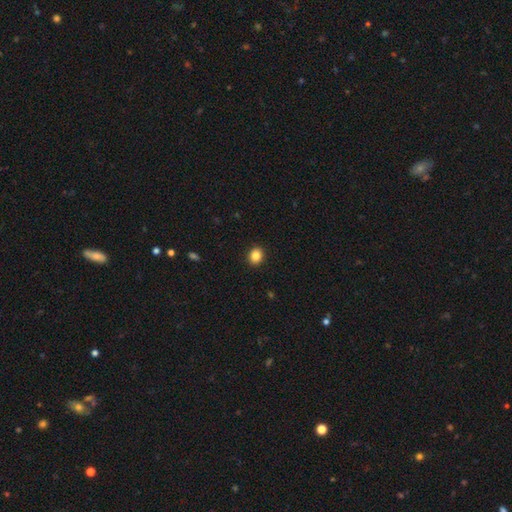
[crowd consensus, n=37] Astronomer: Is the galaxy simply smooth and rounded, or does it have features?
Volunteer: smooth — 97%.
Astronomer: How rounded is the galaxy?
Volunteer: round — 75%.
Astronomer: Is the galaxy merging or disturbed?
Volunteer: none — 89%.